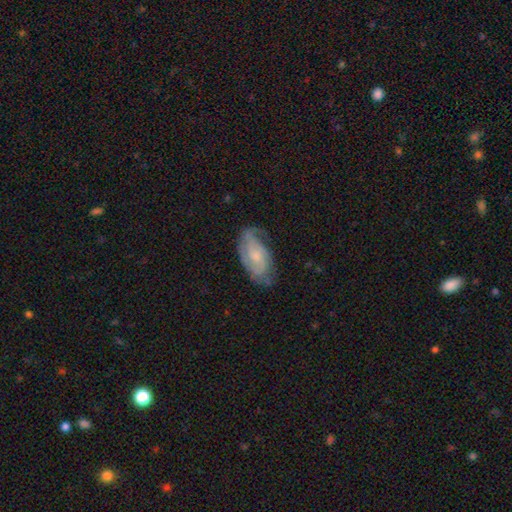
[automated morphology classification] Smooth or featured? Predicted: featured or disk (p=0.68). Edge-on disk? Predicted: no (p=0.95). Bar? Predicted: no (p=0.63). Spiral arms? Predicted: yes (p=0.90). Spiral winding? Predicted: tight (p=0.43). Spiral arm count? Predicted: 2 (p=0.54). Bulge size? Predicted: small (p=0.53). Merging? Predicted: none (p=0.63).